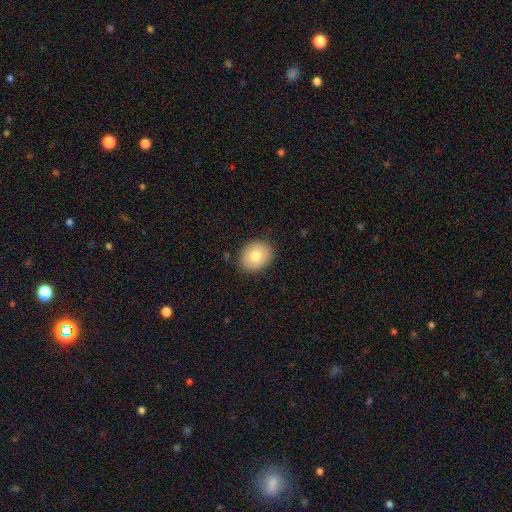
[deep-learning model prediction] Smooth or featured? smooth (77%)
How rounded? round (50%)
Merging? none (87%)